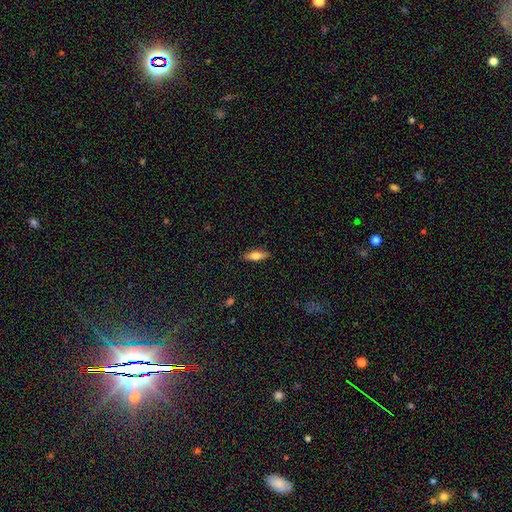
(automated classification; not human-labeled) A smooth galaxy with no disk features (59%) that is cigar-shaped (50%). Merging: none (88%).